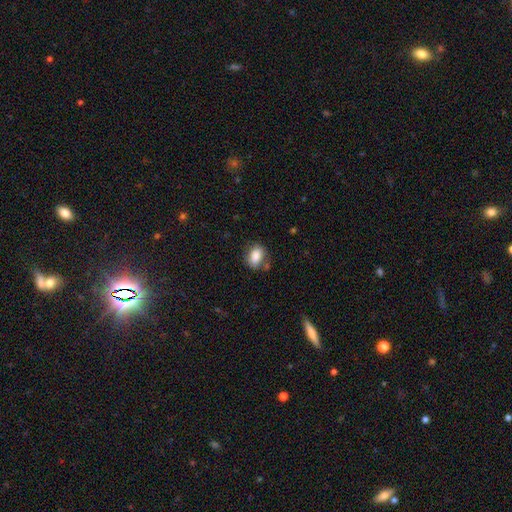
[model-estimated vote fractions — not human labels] smooth 84%, star or artifact 8%, featured or disk 8%. Down the decision tree: how rounded — in between (76%); merging — none (69%).